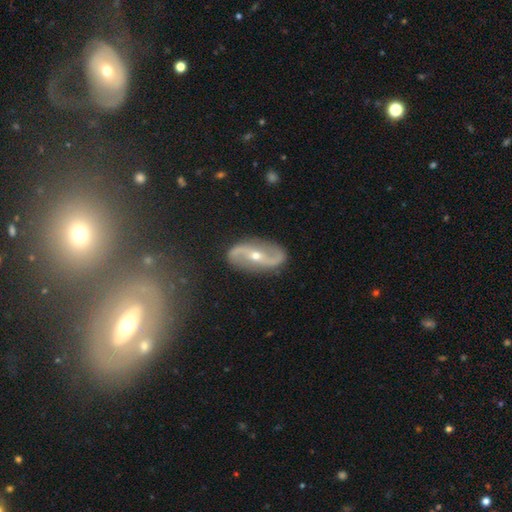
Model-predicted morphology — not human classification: smooth-or-featured: featured or disk: 90% | smooth: 6% | star or artifact: 5%
  disk-edge-on: no: 96% | yes: 4%
    bar: no: 40% | weak: 31% | strong: 29%
    has-spiral-arms: yes: 95% | no: 5%
      spiral-winding: loose: 72% | medium: 20% | tight: 7%
      spiral-arm-count: 2: 94% | can't tell: 2% | 1: 1% | 3: 1% | 4: 1% | more than 4: 1%
    bulge-size: small: 52% | moderate: 45% | large: 1% | none: 1% | dominant: 1%
  merging: none: 86% | minor disturbance: 9% | major disturbance: 3% | merger: 2%